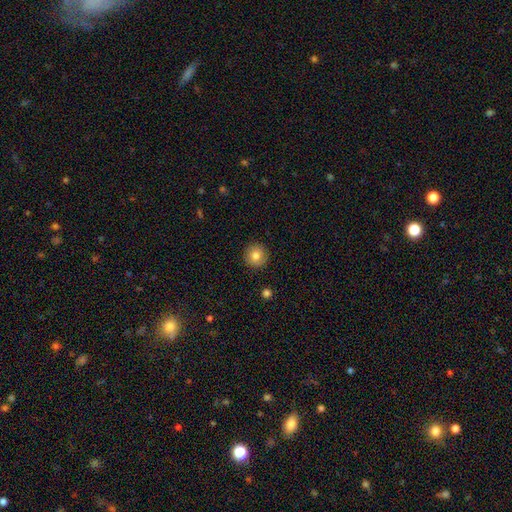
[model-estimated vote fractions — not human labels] Smooth or featured? smooth (82%)
How rounded? round (96%)
Merging? none (92%)